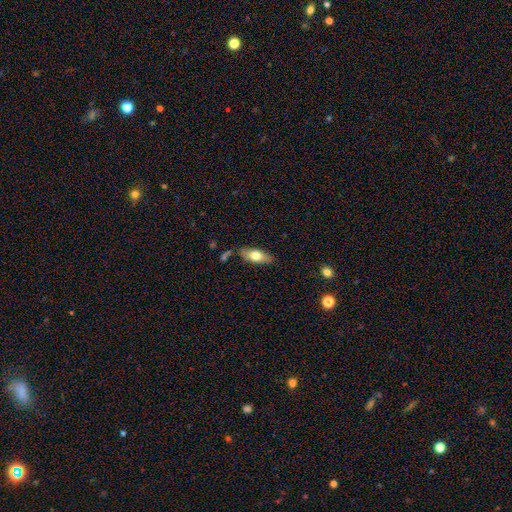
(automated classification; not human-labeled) smooth 69%, featured or disk 25%, star or artifact 6%. Down the decision tree: how rounded — in between (80%); merging — none (79%).